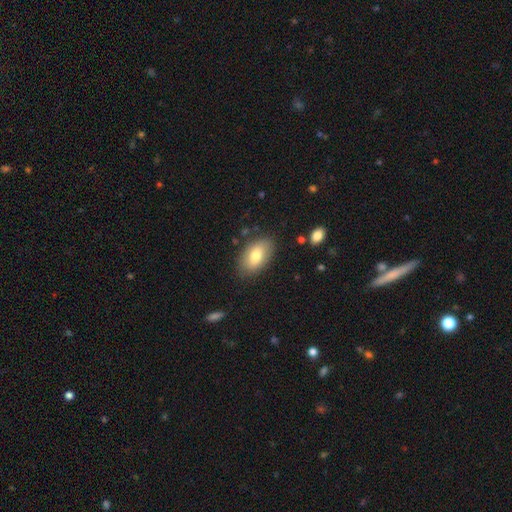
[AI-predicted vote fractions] The model was most divided on "smooth or featured": smooth: 75%, featured or disk: 18%, star or artifact: 7%. More confident: how rounded — in between (92%); merging — none (82%).